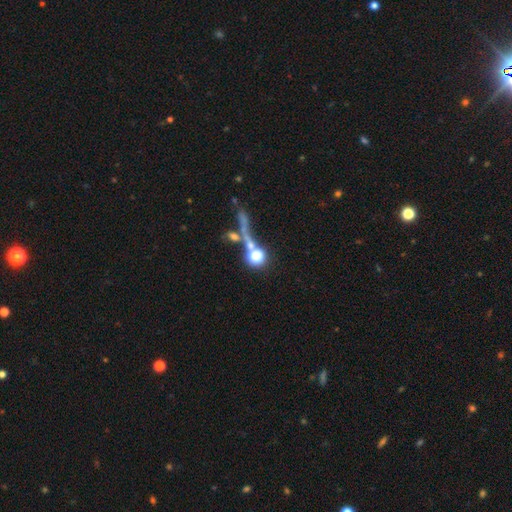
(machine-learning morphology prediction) This is likely a smooth galaxy (61%). How rounded: likely round (80%). Merging: marginally none (41%).